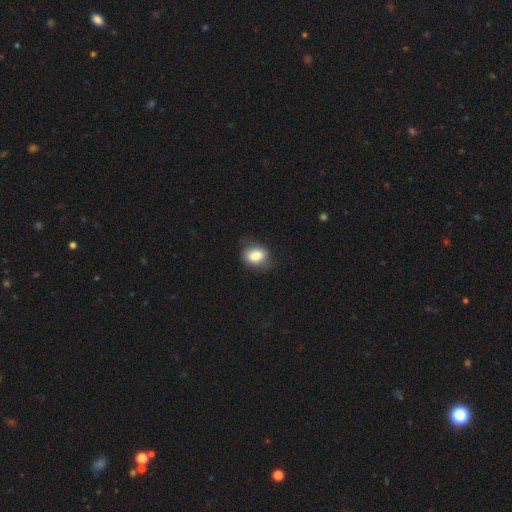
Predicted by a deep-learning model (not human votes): smooth_or_featured: smooth (p=0.84) [alt: star or artifact p=0.08]
how_rounded: in between (p=0.75) [alt: round p=0.23]
merging: none (p=0.74) [alt: minor disturbance p=0.20]